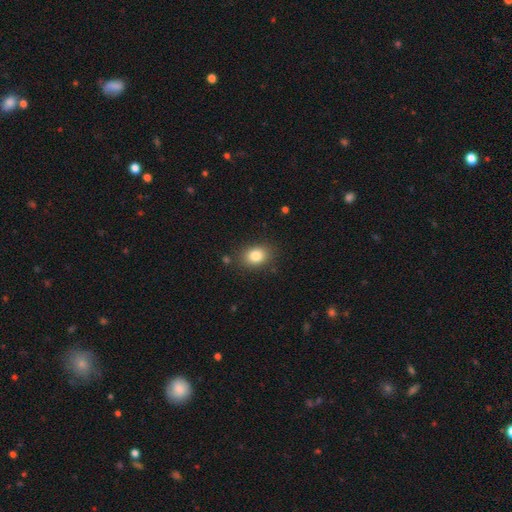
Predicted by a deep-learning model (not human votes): A smooth galaxy with no disk features (83%) that is in between round and cigar-shaped (66%). Merging: none (83%).